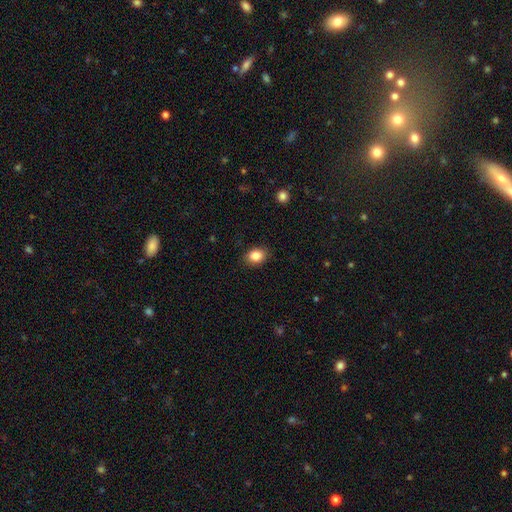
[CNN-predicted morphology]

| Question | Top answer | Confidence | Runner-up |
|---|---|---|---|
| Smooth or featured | smooth | 86% | star or artifact (9%) |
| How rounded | in between | 58% | round (41%) |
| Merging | none | 87% | minor disturbance (10%) |